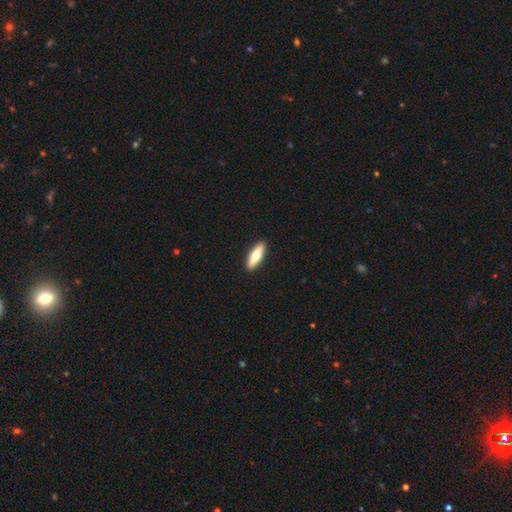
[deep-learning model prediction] smooth-or-featured: smooth: 57% | featured or disk: 38% | star or artifact: 5%
  how-rounded: cigar-shaped: 56% | in between: 41% | round: 2%
  merging: none: 92% | minor disturbance: 6% | major disturbance: 1% | merger: 1%